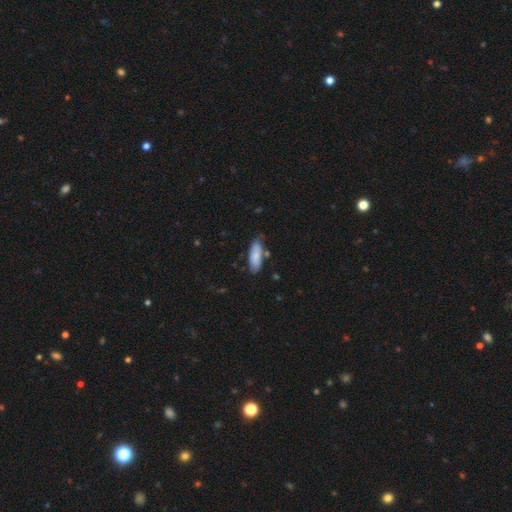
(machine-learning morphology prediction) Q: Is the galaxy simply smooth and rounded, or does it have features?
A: smooth — 81%.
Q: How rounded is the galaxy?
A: in between — 68%.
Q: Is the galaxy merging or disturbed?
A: none — 71%.